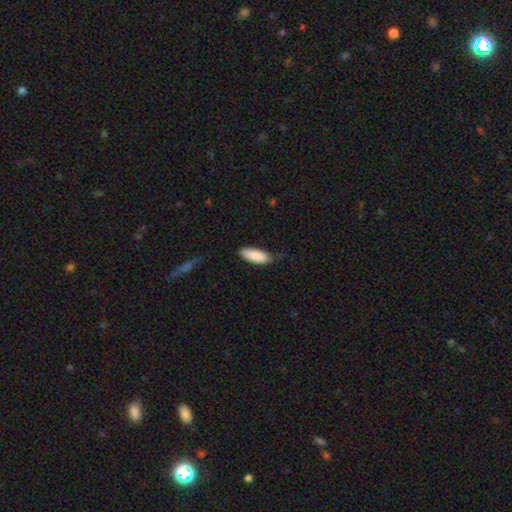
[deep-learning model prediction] Smooth or featured? smooth (87%)
How rounded? in between (71%)
Merging? none (69%)